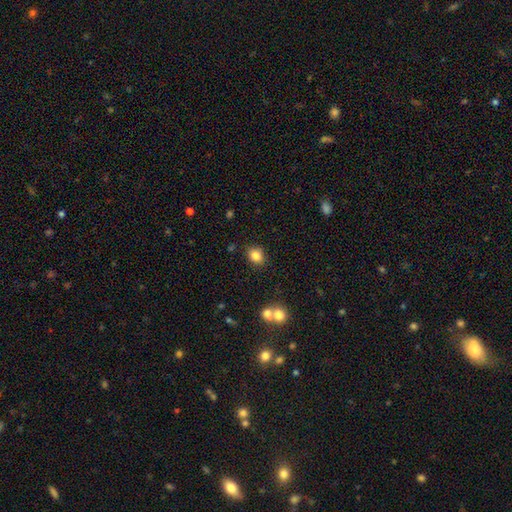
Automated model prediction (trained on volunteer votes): Morphology: type=smooth (83%); roundness=round (55%); merging=none (84%).